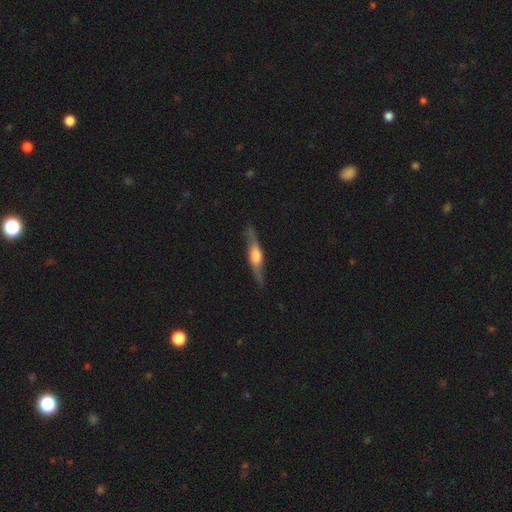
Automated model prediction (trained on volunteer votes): smooth-or-featured: featured or disk: 66% | smooth: 28% | star or artifact: 5%
  disk-edge-on: yes: 89% | no: 11%
    edge-on-bulge: rounded: 77% | boxy: 17% | none: 6%
  merging: none: 82% | minor disturbance: 13% | major disturbance: 3% | merger: 1%